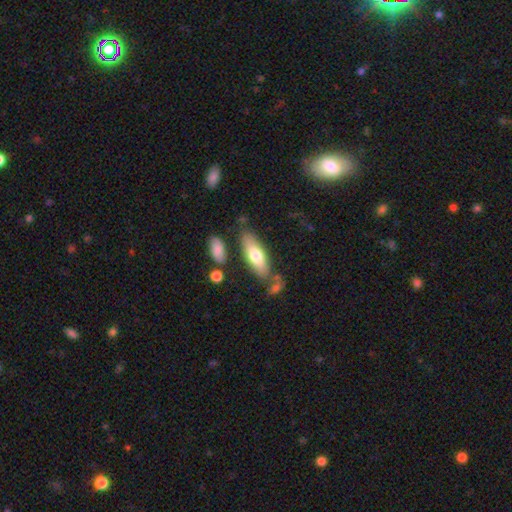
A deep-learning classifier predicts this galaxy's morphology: Q: Smooth or featured?
A: smooth (70%); runner-up: featured or disk (25%)
Q: How rounded?
A: in between (62%); runner-up: cigar-shaped (36%)
Q: Merging?
A: none (71%); runner-up: minor disturbance (17%)